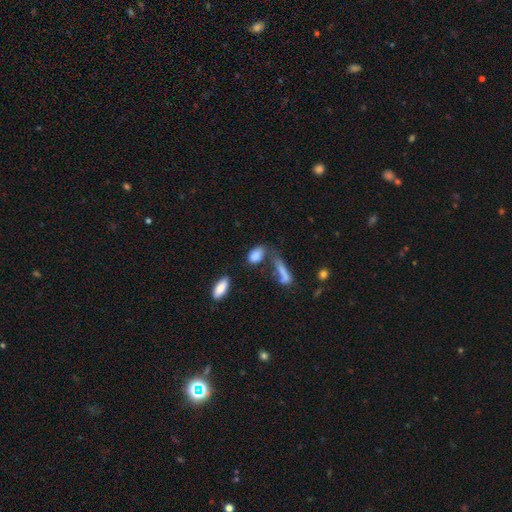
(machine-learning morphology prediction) smooth-or-featured: smooth: 82% | star or artifact: 9% | featured or disk: 9%
  how-rounded: in between: 83% | cigar-shaped: 9% | round: 8%
  merging: none: 45% | merger: 24% | minor disturbance: 18% | major disturbance: 13%